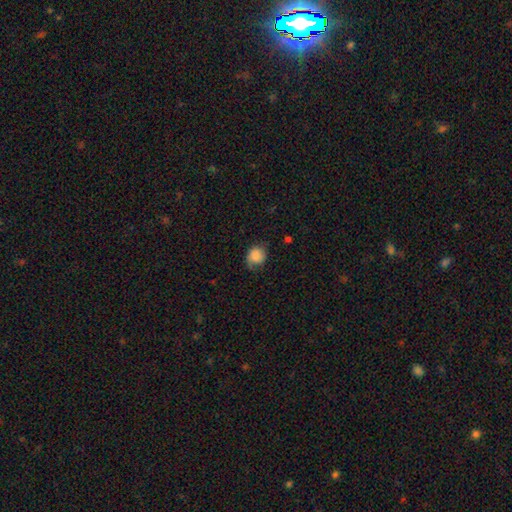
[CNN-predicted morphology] Smooth or featured: smooth — 82% (featured or disk — 10%)
How rounded: round — 71% (in between — 29%)
Merging: none — 58% (minor disturbance — 31%)